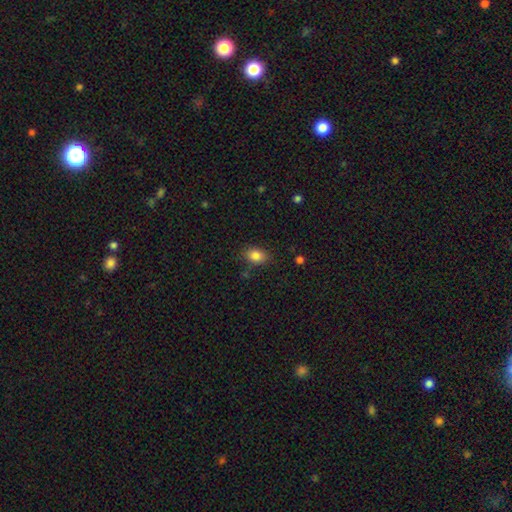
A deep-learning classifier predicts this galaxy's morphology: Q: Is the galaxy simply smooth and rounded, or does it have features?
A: smooth — 84%.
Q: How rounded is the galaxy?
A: in between — 78%.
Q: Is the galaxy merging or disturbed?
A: none — 83%.